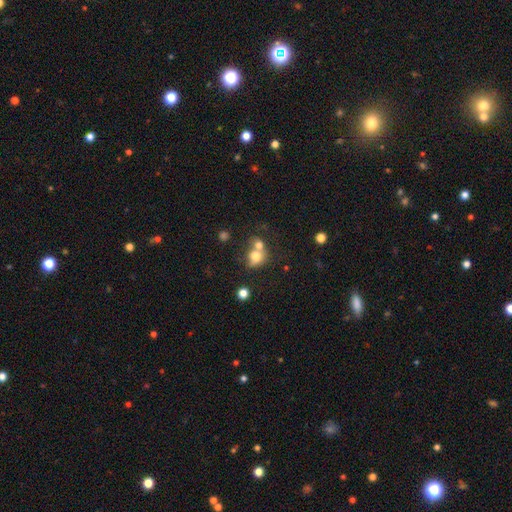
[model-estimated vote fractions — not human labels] Smooth or featured? smooth (72%)
How rounded? round (64%)
Merging? merger (53%)